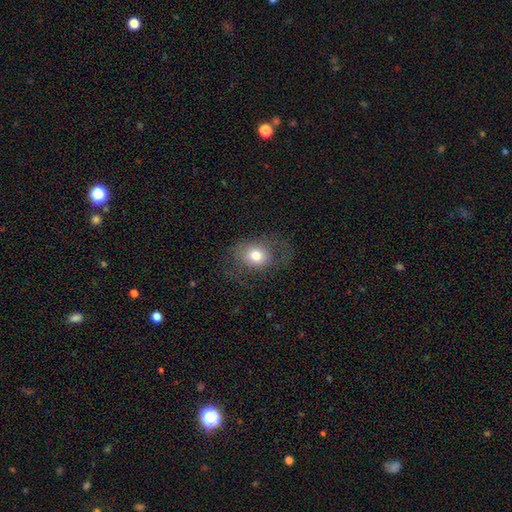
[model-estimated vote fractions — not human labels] Smooth or featured? smooth (71%)
How rounded? in between (51%)
Merging? none (57%)